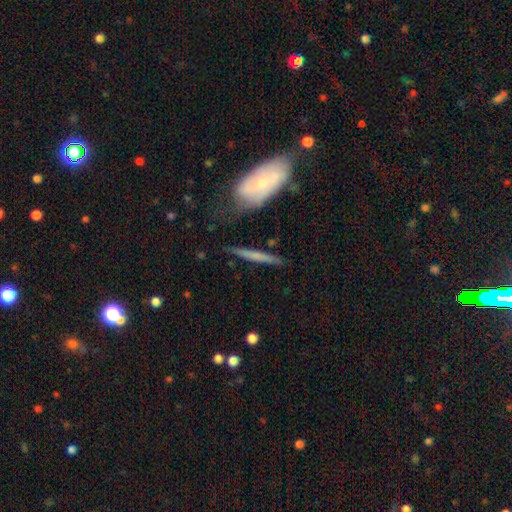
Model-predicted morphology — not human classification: type=featured or disk (49%); merging=none (79%).